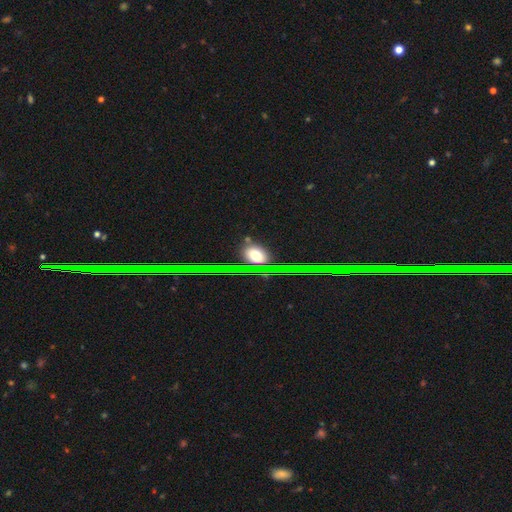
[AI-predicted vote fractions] Smooth or featured?
  - smooth: 61% *
  - star or artifact: 25%
  - featured or disk: 14%
How rounded?
  - in between: 53% *
  - round: 42%
  - cigar-shaped: 4%
Merging?
  - none: 81% *
  - minor disturbance: 11%
  - merger: 4%
  - major disturbance: 4%